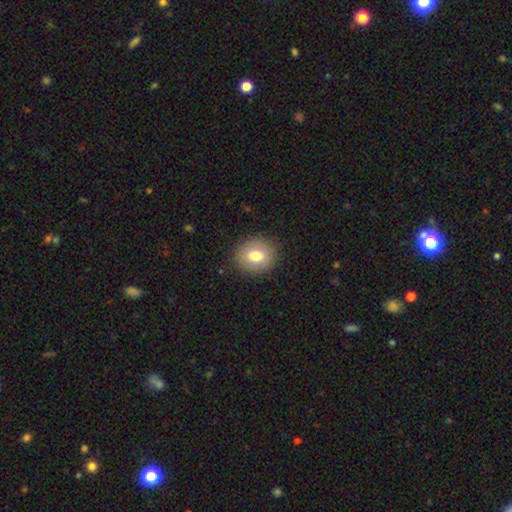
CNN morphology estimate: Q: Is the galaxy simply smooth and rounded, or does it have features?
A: smooth — 74%.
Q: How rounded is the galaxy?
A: round — 68%.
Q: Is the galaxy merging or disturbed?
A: none — 88%.